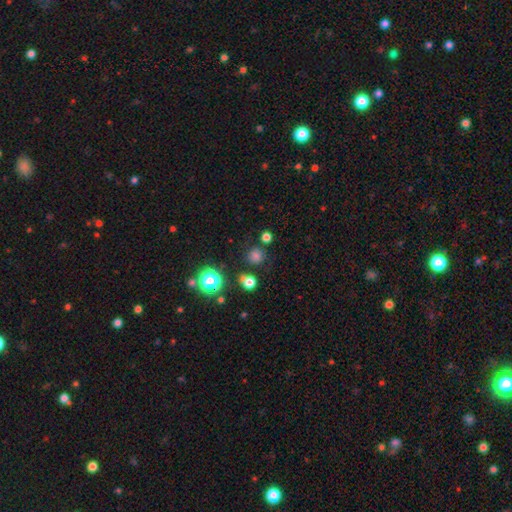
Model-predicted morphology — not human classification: Smooth or featured? smooth (72%)
How rounded? round (90%)
Merging? none (78%)